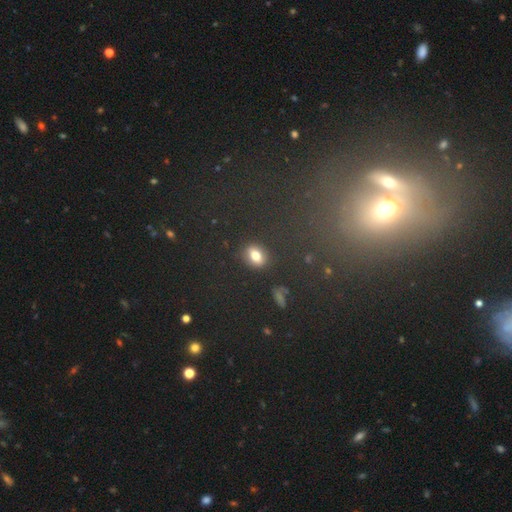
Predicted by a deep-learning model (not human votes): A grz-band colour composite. It shows a smooth galaxy with no disk features (79%) that is in between round and cigar-shaped (70%). Merging: none (85%).